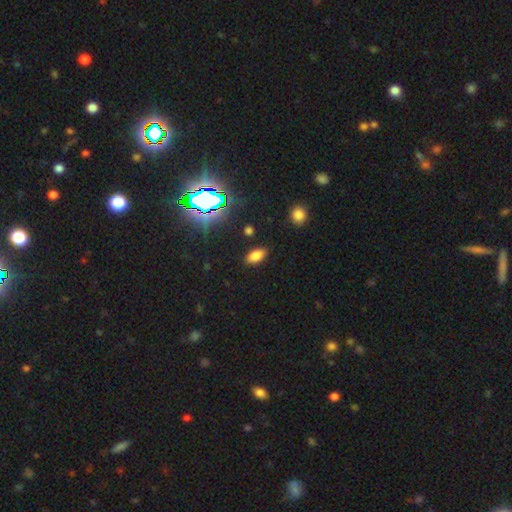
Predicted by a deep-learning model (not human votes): A smooth galaxy with no disk features (76%) that is in between round and cigar-shaped (90%).

Vote fractions:
- Smooth or featured? smooth: 76% / star or artifact: 17% / featured or disk: 7%
- How rounded? in between: 90% / cigar-shaped: 6% / round: 4%
- Merging? none: 87% / minor disturbance: 9% / major disturbance: 2% / merger: 2%